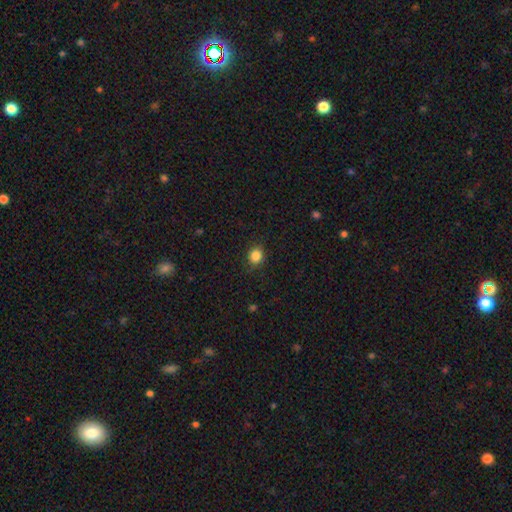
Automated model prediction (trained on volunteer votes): Smooth or featured? Predicted: smooth (p=0.85). How rounded? Predicted: round (p=0.80). Merging? Predicted: none (p=0.88).